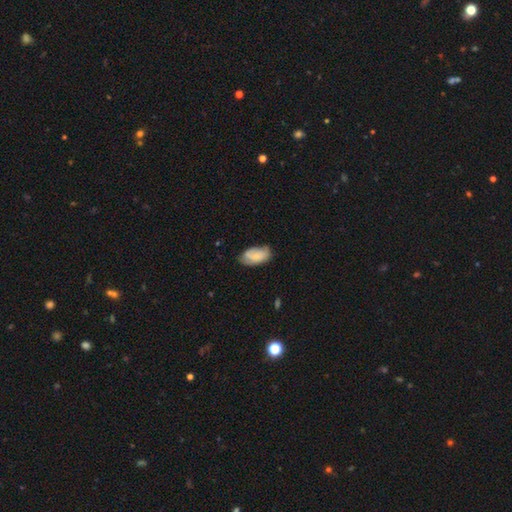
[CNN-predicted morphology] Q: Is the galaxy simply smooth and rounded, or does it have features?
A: smooth — 74%.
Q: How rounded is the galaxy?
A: in between — 94%.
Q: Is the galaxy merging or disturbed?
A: none — 63%.